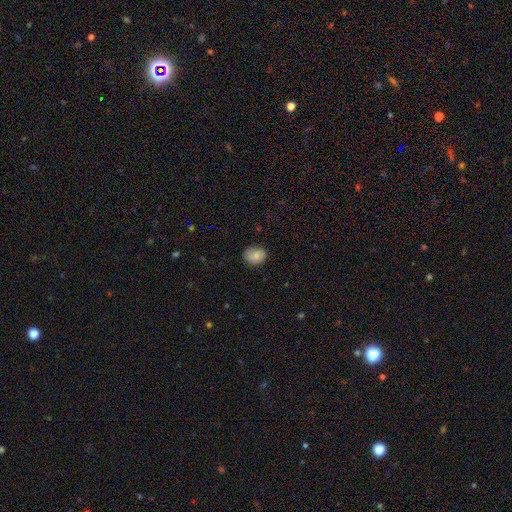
smooth_or_featured: smooth (p=0.85) [alt: featured or disk p=0.10]
how_rounded: in between (p=0.73) [alt: round p=0.27]
merging: none (p=0.81) [alt: major disturbance p=0.11]